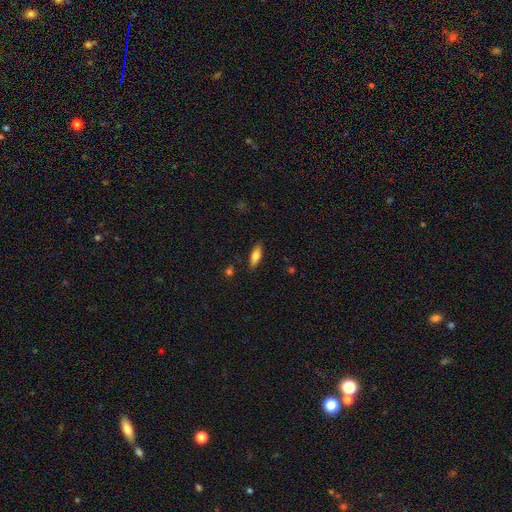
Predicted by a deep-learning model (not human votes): Smooth or featured? Predicted: smooth (p=0.76). How rounded? Predicted: in between (p=0.66). Merging? Predicted: none (p=0.85).